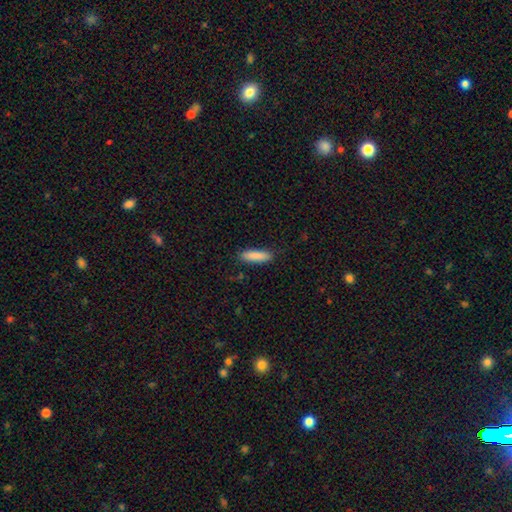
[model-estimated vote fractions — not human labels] A smooth galaxy with no disk features (88%) that is cigar-shaped (64%). Merging: none (87%).